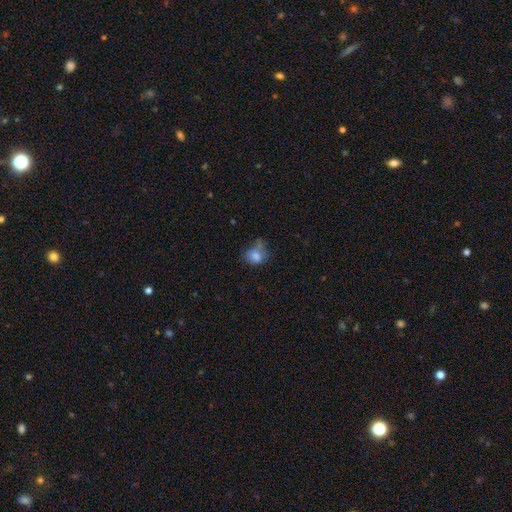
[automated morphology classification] type=smooth (74%); roundness=round (52%); merging=none (47%).